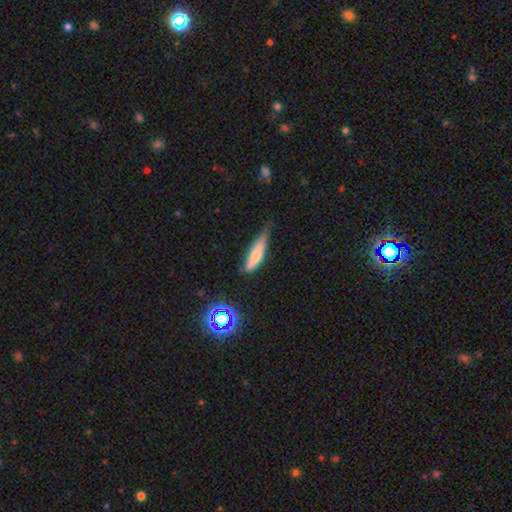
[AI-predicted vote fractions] Smooth or featured: smooth — 68% (featured or disk — 24%)
How rounded: cigar-shaped — 67% (in between — 30%)
Merging: minor disturbance — 44% (none — 41%)